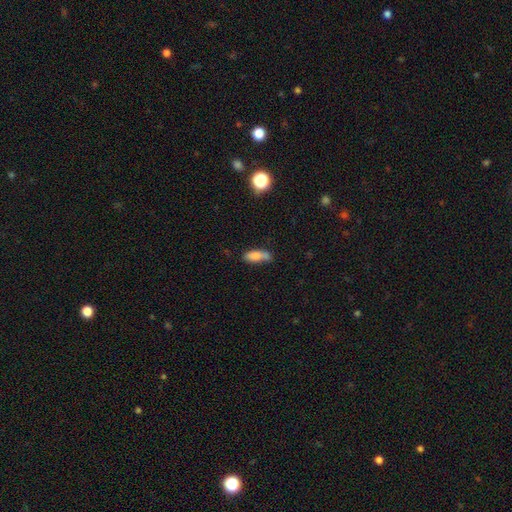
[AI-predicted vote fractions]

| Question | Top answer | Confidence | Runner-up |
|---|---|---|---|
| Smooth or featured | smooth | 79% | featured or disk (12%) |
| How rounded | in between | 66% | cigar-shaped (31%) |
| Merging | none | 52% | minor disturbance (31%) |